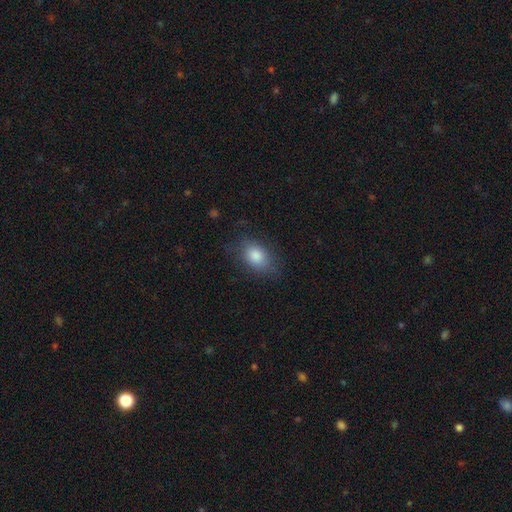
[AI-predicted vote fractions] This is clearly a smooth galaxy (83%). How rounded: clearly in between (80%). Merging: likely none (75%).